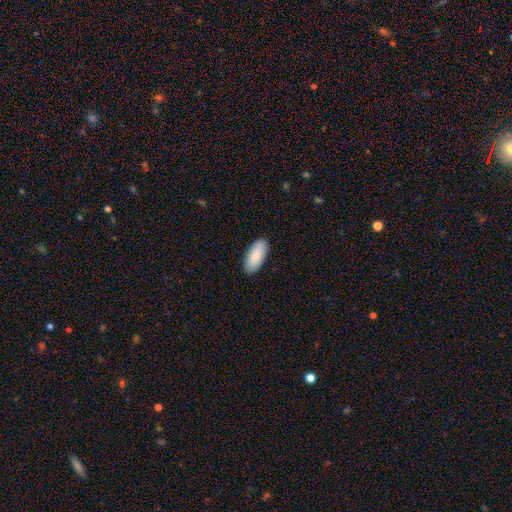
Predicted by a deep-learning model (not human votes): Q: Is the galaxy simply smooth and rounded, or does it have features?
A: smooth — 88%.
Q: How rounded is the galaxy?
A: in between — 90%.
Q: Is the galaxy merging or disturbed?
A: none — 89%.